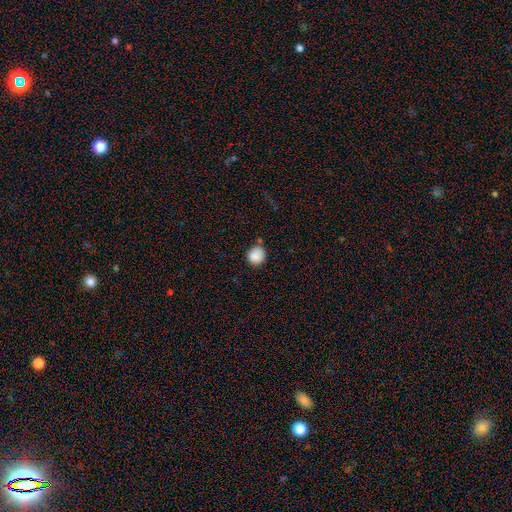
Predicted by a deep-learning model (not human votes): This is clearly a smooth galaxy (86%). How rounded: clearly round (84%). Merging: likely none (69%).